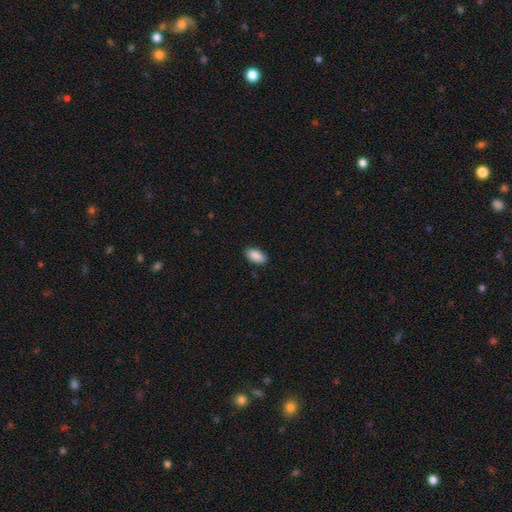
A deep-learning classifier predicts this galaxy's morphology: smooth_or_featured: smooth (p=0.90) [alt: star or artifact p=0.07]
how_rounded: in between (p=0.93) [alt: cigar-shaped p=0.04]
merging: none (p=0.87) [alt: minor disturbance p=0.10]